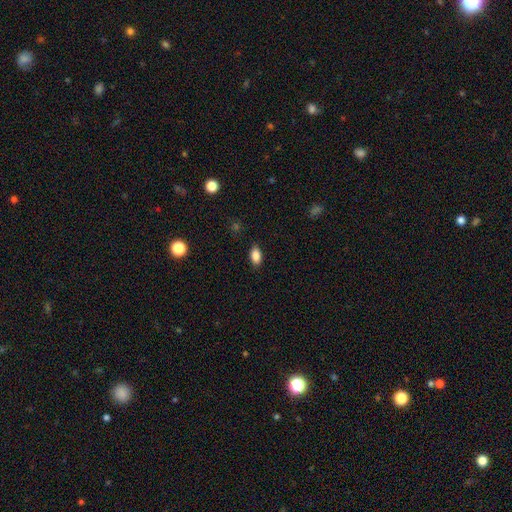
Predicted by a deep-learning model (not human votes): Smooth or featured? smooth (87%)
How rounded? in between (90%)
Merging? none (87%)